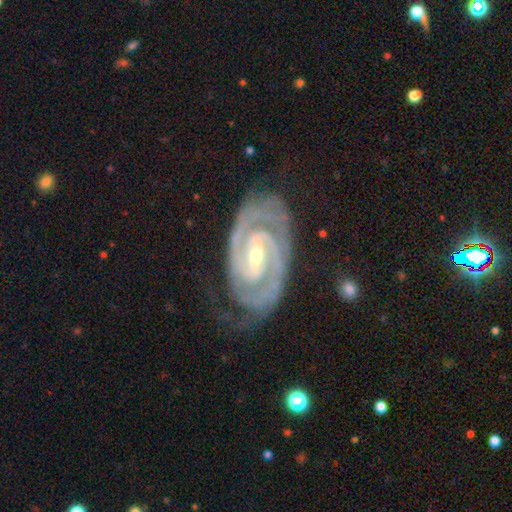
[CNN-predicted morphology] smooth-or-featured: featured or disk: 92% | star or artifact: 4% | smooth: 3%
  disk-edge-on: no: 97% | yes: 3%
    bar: strong: 42% (tied) | weak: 42% (tied) | no: 16%
    has-spiral-arms: yes: 98% | no: 2%
      spiral-winding: tight: 74% | medium: 23% | loose: 3%
      spiral-arm-count: 2: 85% | 3: 5% | can't tell: 5% | 4: 2% | 1: 2% | more than 4: 2%
    bulge-size: small: 60% | moderate: 37% | large: 1% | none: 1% | dominant: 1%
  merging: none: 74% | minor disturbance: 18% | major disturbance: 6% | merger: 1%